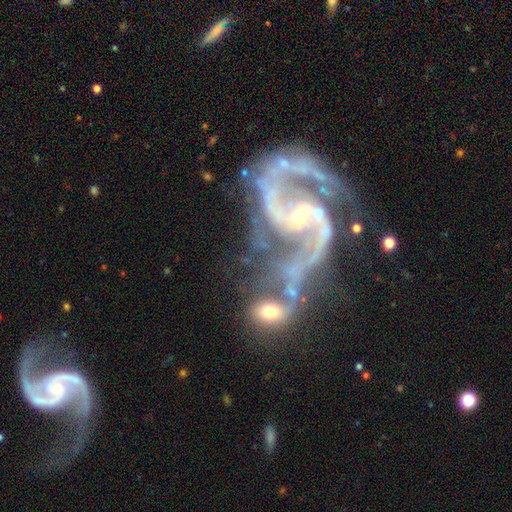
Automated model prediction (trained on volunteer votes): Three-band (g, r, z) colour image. It shows a featured or disk galaxy (92%) with no bar (40%, tied with weak), 2 (89%) medium (53%) spiral arms (98%) and a small central bulge (72%). Merging: merger (40%).